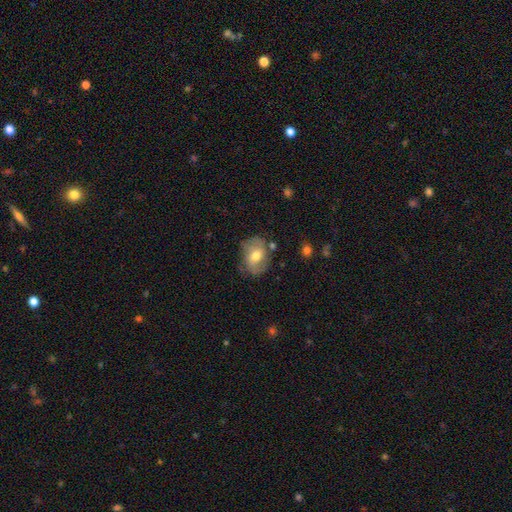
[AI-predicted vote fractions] smooth_or_featured: smooth (p=0.49) [alt: featured or disk p=0.43]
merging: none (p=0.69) [alt: minor disturbance p=0.21]